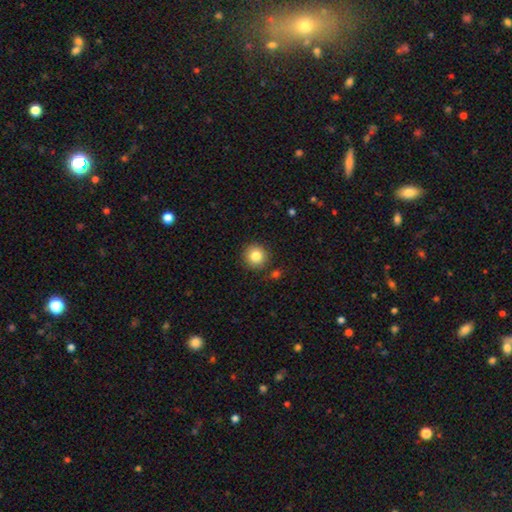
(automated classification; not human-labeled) The model was most divided on "smooth or featured": smooth: 83%, star or artifact: 10%, featured or disk: 7%. More confident: how rounded — round (94%); merging — none (87%).